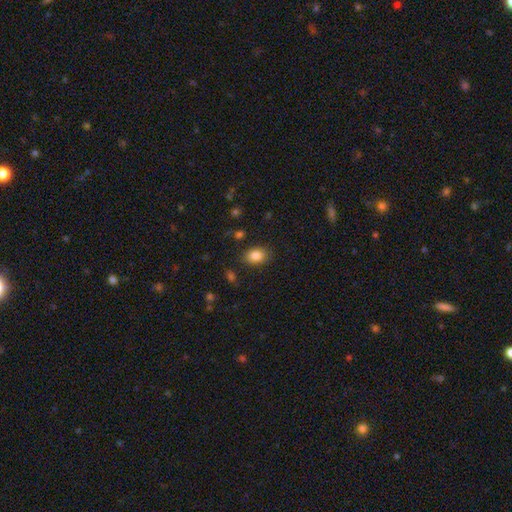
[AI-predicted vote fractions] Smooth or featured? smooth (85%)
How rounded? in between (72%)
Merging? none (85%)